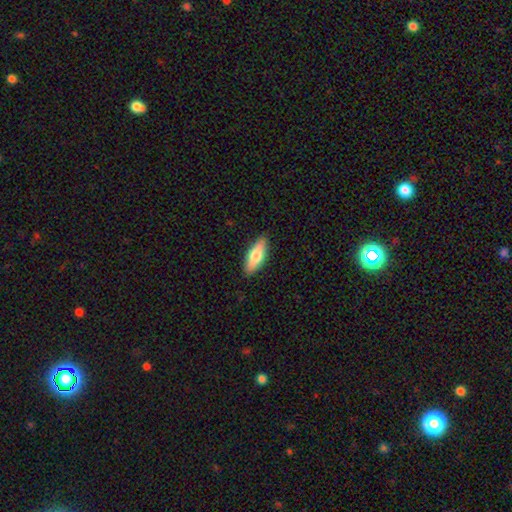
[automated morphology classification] This is likely a smooth galaxy (70%). How rounded: likely in between (65%). Merging: clearly none (88%).